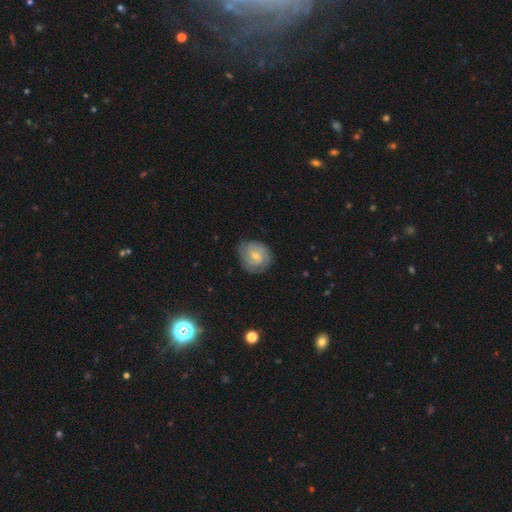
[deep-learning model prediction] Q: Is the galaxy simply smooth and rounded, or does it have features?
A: featured or disk — 59%.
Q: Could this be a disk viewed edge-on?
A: no — 97%.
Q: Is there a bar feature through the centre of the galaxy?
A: weak — 47%.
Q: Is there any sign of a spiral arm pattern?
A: yes — 87%.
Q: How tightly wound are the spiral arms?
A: tight — 62%.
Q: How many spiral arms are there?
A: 2 — 37%.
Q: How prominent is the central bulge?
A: small — 56%.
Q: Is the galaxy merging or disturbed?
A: none — 75%.